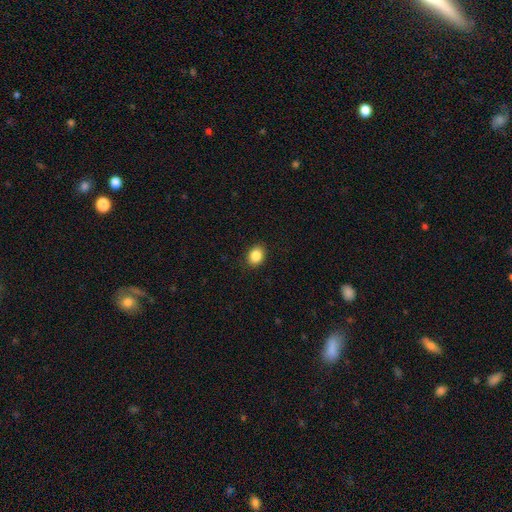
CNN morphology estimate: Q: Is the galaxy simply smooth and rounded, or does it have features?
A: smooth — 87%.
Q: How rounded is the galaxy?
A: in between — 54%.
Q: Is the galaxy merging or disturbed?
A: none — 89%.